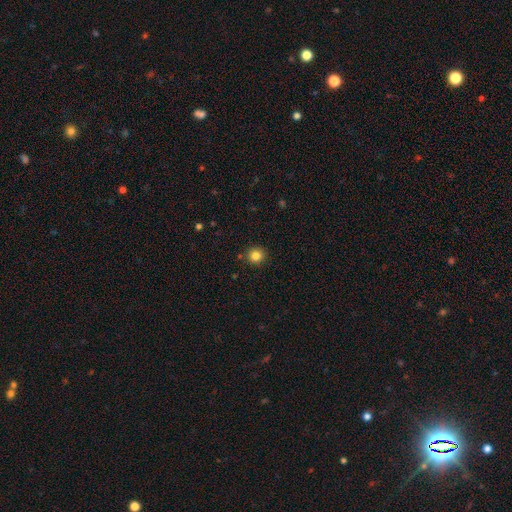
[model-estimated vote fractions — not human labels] Overall: smooth (84%). How rounded: round (91%). Merging: none (90%).